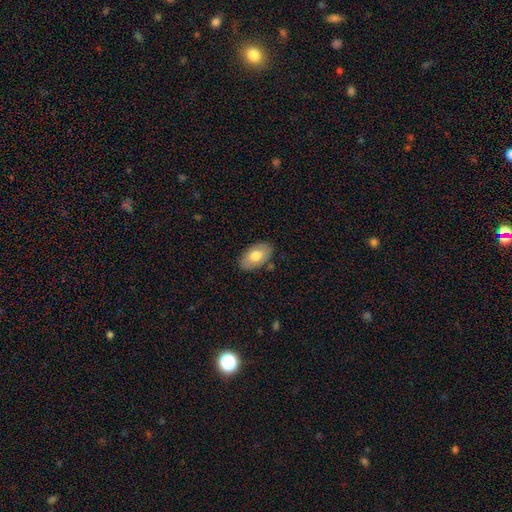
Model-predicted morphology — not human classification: Smooth or featured? Predicted: smooth (p=0.74). How rounded? Predicted: in between (p=0.94). Merging? Predicted: none (p=0.84).